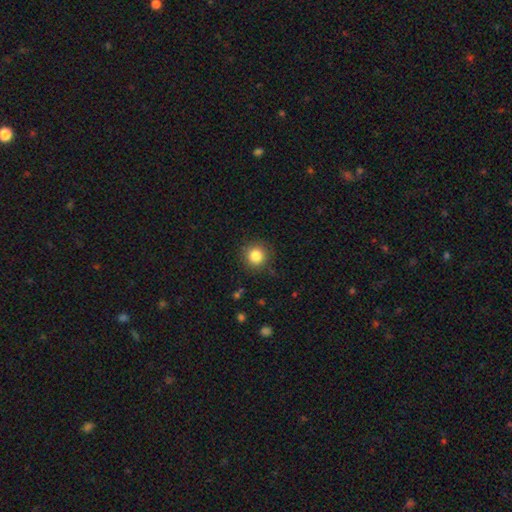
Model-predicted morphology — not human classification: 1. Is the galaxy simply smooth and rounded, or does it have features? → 84% smooth, 11% star or artifact, 5% featured or disk.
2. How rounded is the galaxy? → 94% round, 5% in between, 1% cigar-shaped.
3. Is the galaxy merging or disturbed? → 88% none, 8% minor disturbance, 3% major disturbance, 1% merger.